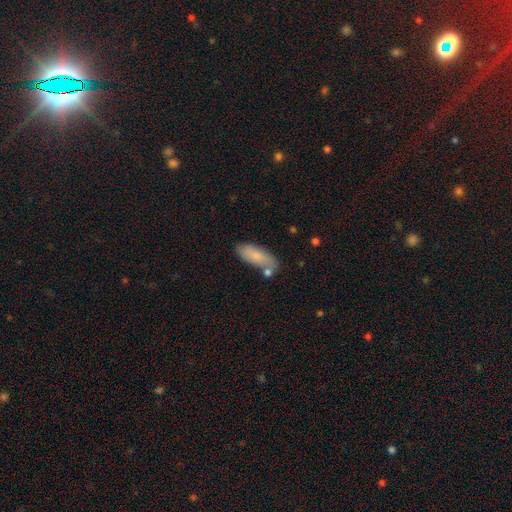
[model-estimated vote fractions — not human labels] This appears to be a smooth galaxy with no disk features (81%) that is in between round and cigar-shaped (74%). Merging: none (68%).